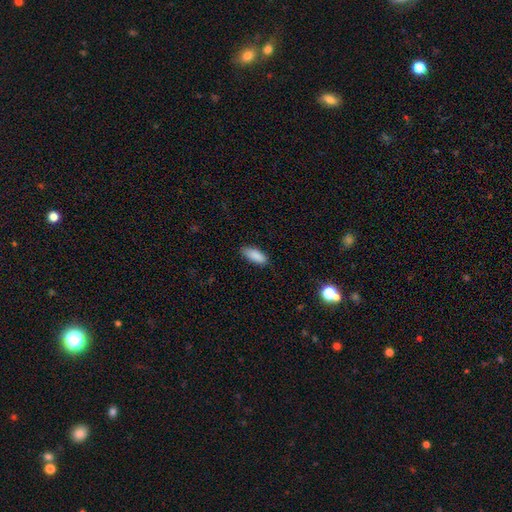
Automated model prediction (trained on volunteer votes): Smooth or featured: smooth — 89% (star or artifact — 7%)
How rounded: in between — 80% (cigar-shaped — 19%)
Merging: none — 83% (minor disturbance — 14%)